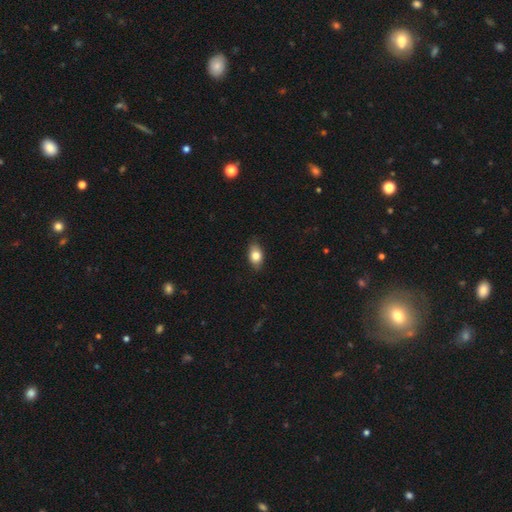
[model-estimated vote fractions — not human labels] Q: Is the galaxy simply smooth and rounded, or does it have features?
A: smooth — 81%.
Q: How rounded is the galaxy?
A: in between — 84%.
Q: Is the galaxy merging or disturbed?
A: none — 82%.